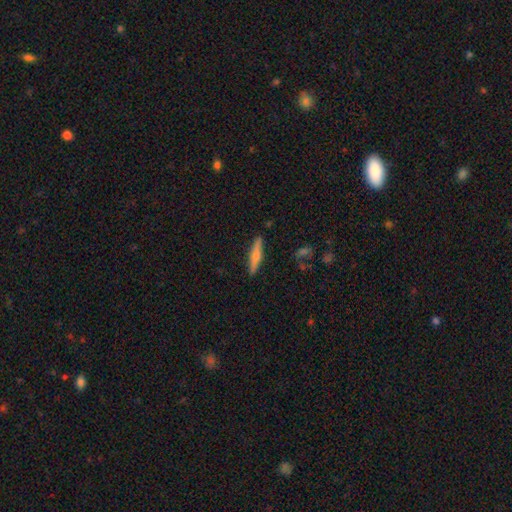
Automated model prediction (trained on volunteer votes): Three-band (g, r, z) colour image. It shows a featured or disk galaxy (47%, tied with smooth). Merging: none (89%).